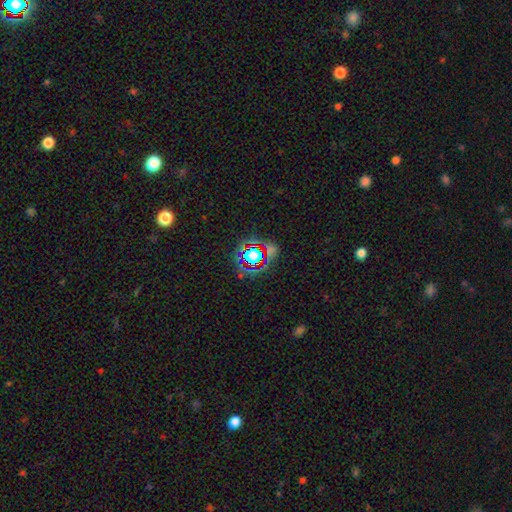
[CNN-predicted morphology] smooth-or-featured: star or artifact: 76% | smooth: 15% | featured or disk: 9%